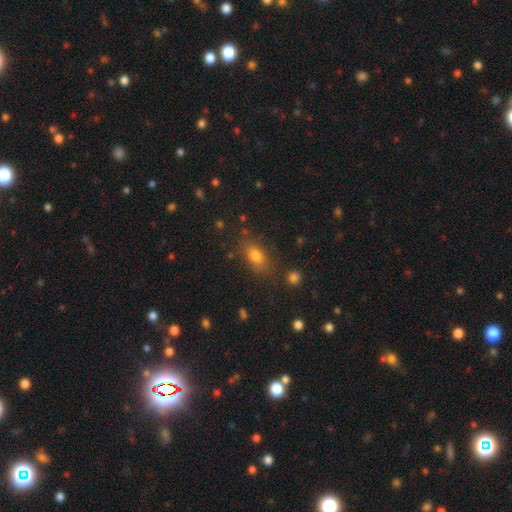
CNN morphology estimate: Q: Smooth or featured?
A: smooth (75%); runner-up: star or artifact (15%)
Q: How rounded?
A: in between (79%); runner-up: round (16%)
Q: Merging?
A: none (79%); runner-up: minor disturbance (13%)